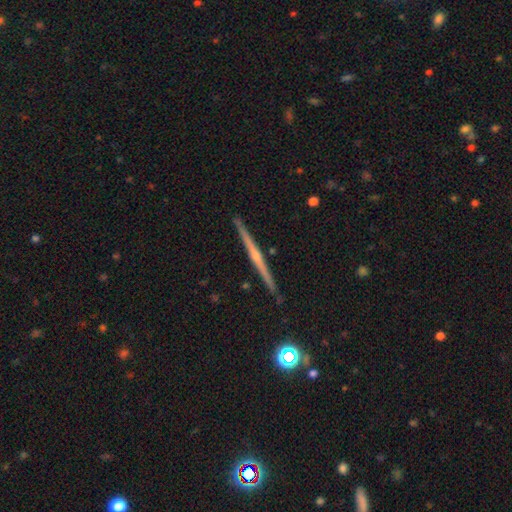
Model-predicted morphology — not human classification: This appears to be a featured or disk galaxy (79%) viewed edge-on (98%) with a rounded central bulge (70%). Merging: none (91%).